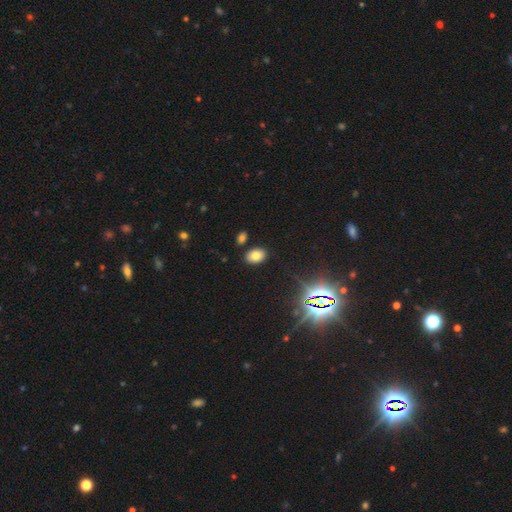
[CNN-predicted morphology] type=smooth (75%); roundness=in between (86%); merging=none (85%).